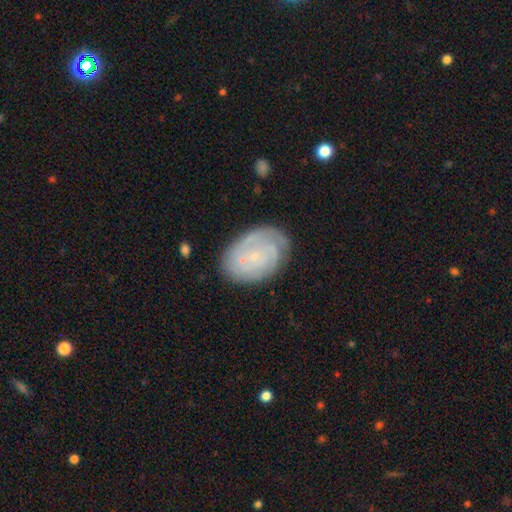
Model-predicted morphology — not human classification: A featured or disk galaxy (72%) with no bar (73%), tight (71%) spiral arms (91%) and a small central bulge (80%).

Vote fractions:
- Smooth or featured? featured or disk: 72% / smooth: 21% / star or artifact: 7%
- Edge-on disk? no: 97% / yes: 3%
- Bar? no: 73% / weak: 23% / strong: 4%
- Spiral arms? yes: 91% / no: 9%
- Spiral winding? tight: 71% / medium: 23% / loose: 6%
- Spiral arm count? can't tell: 42% / 2: 24% / 3: 16% / 4: 7% / 1: 6% / more than 4: 5%
- Bulge size? small: 80% / none: 10% / moderate: 8% / large: 1% / dominant: 1%
- Merging? none: 74% / minor disturbance: 19% / major disturbance: 6% / merger: 2%